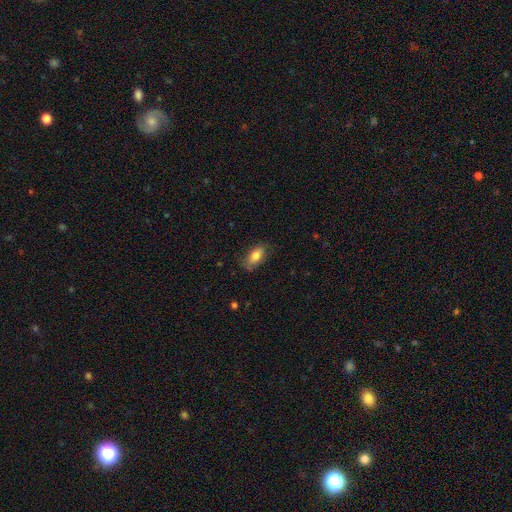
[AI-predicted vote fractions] smooth_or_featured: smooth (p=0.78) [alt: featured or disk p=0.14]
how_rounded: in between (p=0.88) [alt: cigar-shaped p=0.07]
merging: none (p=0.74) [alt: minor disturbance p=0.20]